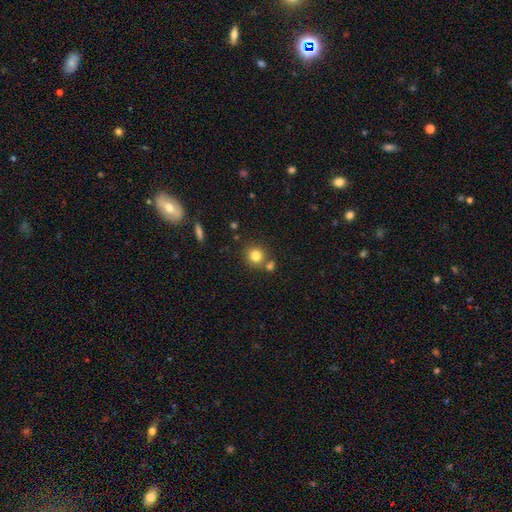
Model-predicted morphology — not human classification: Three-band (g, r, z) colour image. It shows a smooth galaxy with no disk features (81%) that is round (90%). Merging: none (69%).